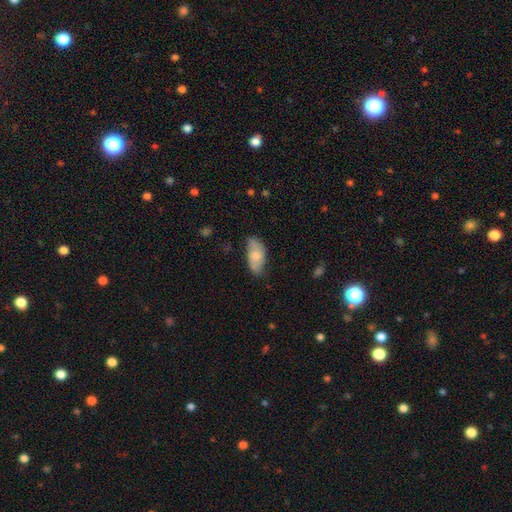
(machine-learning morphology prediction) Overall: smooth (69%). How rounded: in between (92%). Merging: none (63%; minor disturbance 29%).